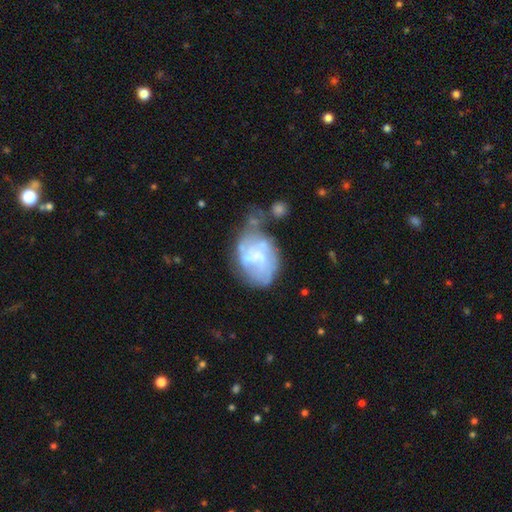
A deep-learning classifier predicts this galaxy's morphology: A featured or disk galaxy (61%) with no bar (59%), spiral arms (58%) and no central bulge (49%).

Vote fractions:
- Smooth or featured? featured or disk: 61% / smooth: 29% / star or artifact: 10%
- Edge-on disk? no: 97% / yes: 3%
- Bar? no: 59% / weak: 32% / strong: 9%
- Spiral arms? yes: 58% / no: 42%
- Bulge size? none: 49% / small: 28% / moderate: 16% / large: 5% / dominant: 2%
- Merging? none: 28% (tied) / minor disturbance: 28% (tied) / major disturbance: 26% / merger: 18%